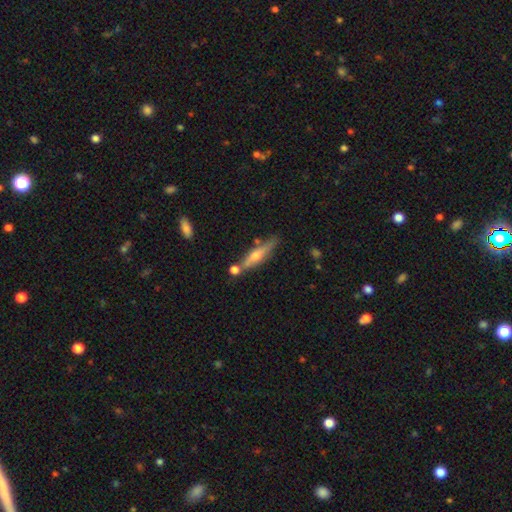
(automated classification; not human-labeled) Smooth or featured? Predicted: featured or disk (p=0.59). Edge-on disk? Predicted: yes (p=0.92). Edge-on bulge? Predicted: rounded (p=0.85). Merging? Predicted: none (p=0.71).